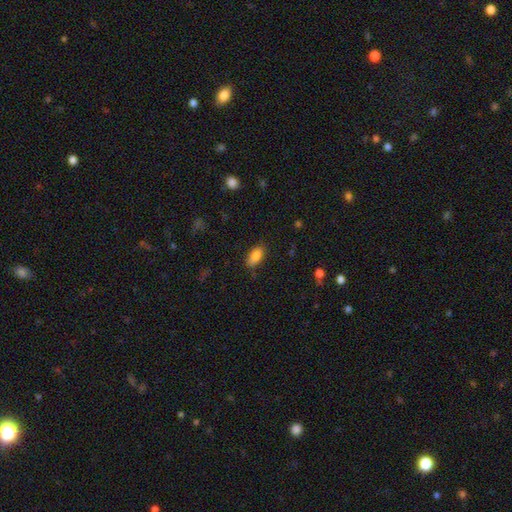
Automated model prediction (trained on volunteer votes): Smooth or featured? smooth (83%)
How rounded? in between (88%)
Merging? none (81%)